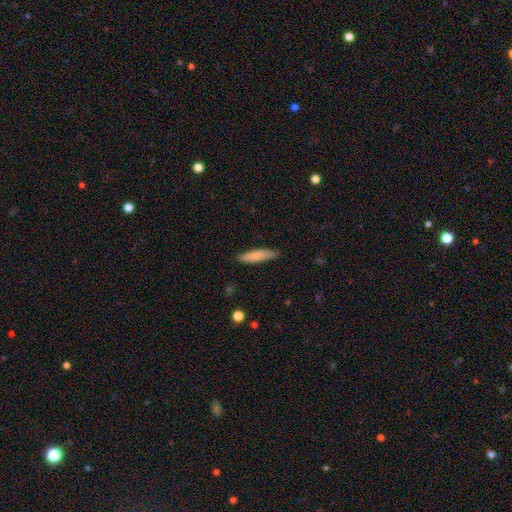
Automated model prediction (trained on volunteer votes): smooth_or_featured: smooth (p=0.81) [alt: featured or disk p=0.13]
how_rounded: cigar-shaped (p=0.78) [alt: in between p=0.21]
merging: none (p=0.83) [alt: minor disturbance p=0.13]